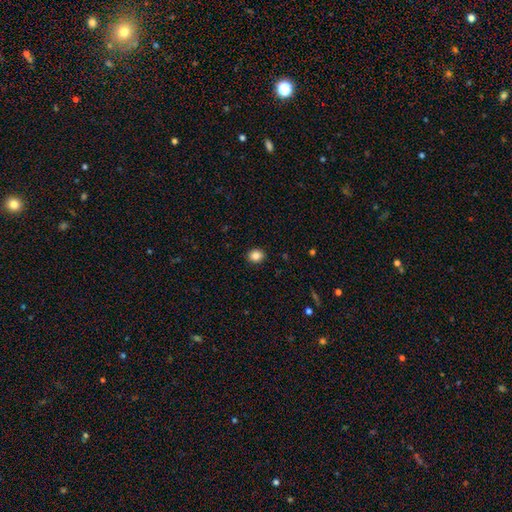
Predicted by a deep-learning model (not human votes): smooth 86%, star or artifact 10%, featured or disk 4%. Down the decision tree: how rounded — round (65%); merging — none (91%).